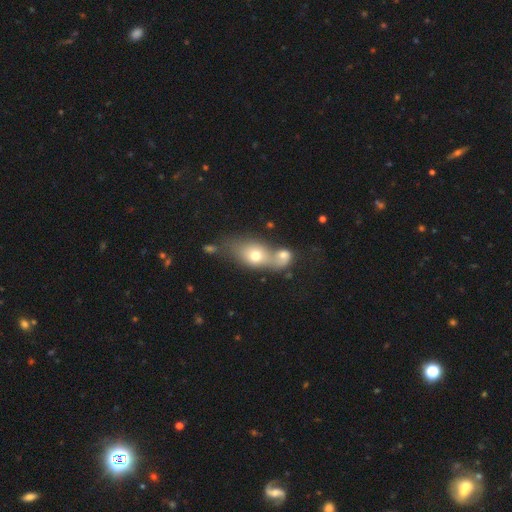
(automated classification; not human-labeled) Morphology: type=smooth (68%); roundness=in between (67%); merging=merger (68%).